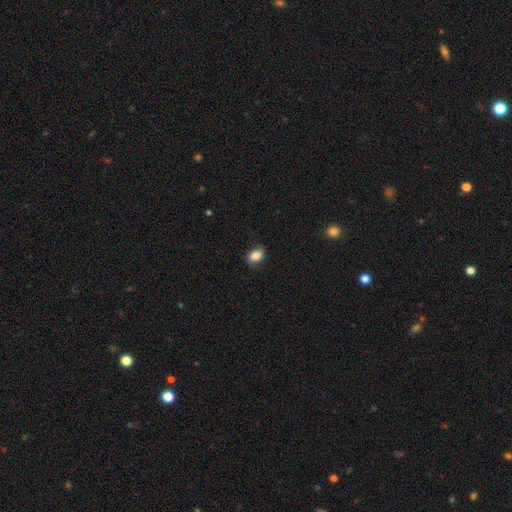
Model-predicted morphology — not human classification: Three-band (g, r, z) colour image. It shows a smooth galaxy with no disk features (80%) that is in between round and cigar-shaped (75%). Merging: none (76%).